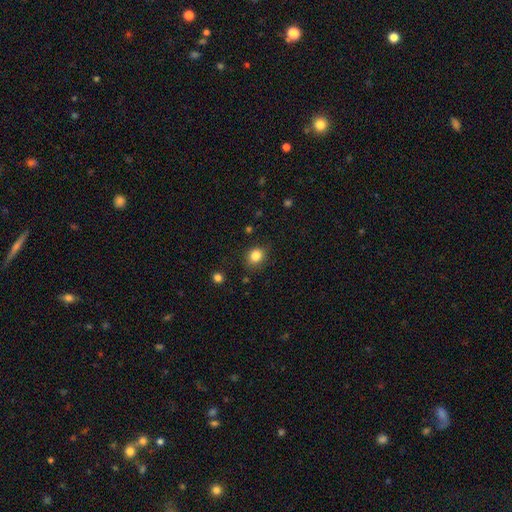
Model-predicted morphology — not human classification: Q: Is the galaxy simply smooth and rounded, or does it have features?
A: smooth — 84%.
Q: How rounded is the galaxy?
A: round — 66%.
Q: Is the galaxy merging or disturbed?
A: none — 82%.